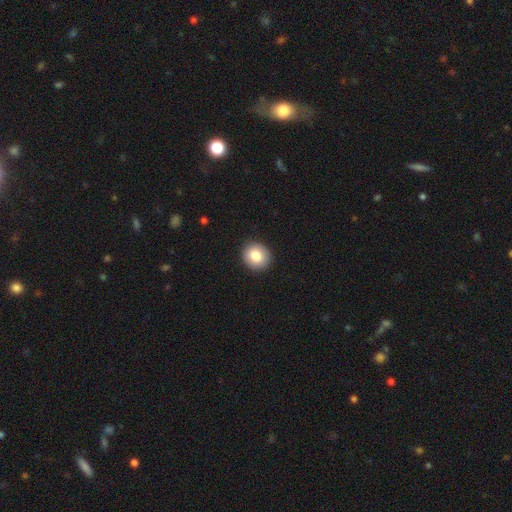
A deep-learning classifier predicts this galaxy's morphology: This appears to be a smooth galaxy with no disk features (83%) that is round (83%). Merging: none (91%).